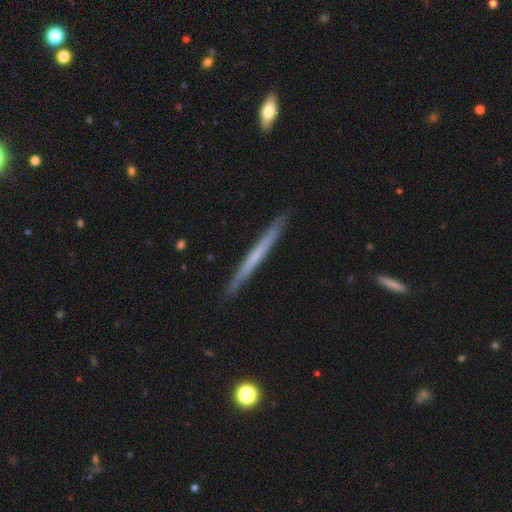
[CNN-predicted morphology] Smooth or featured? Predicted: featured or disk (p=0.48). Merging? Predicted: none (p=0.91).